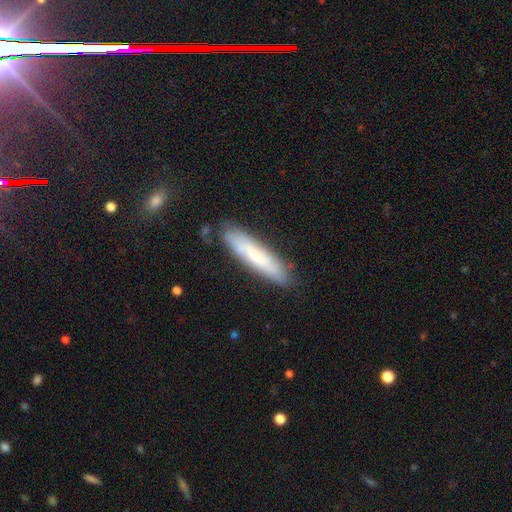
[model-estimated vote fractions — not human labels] Overall: smooth (58%; featured or disk 35%). How rounded: cigar-shaped (83%). Merging: none (82%).